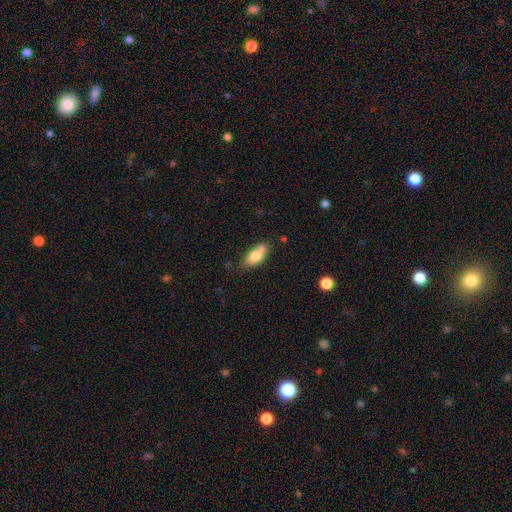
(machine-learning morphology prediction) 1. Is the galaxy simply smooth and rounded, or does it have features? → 77% smooth, 16% featured or disk, 7% star or artifact.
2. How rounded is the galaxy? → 79% in between, 18% cigar-shaped, 3% round.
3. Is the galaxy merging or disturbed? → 66% none, 23% minor disturbance, 6% merger, 5% major disturbance.